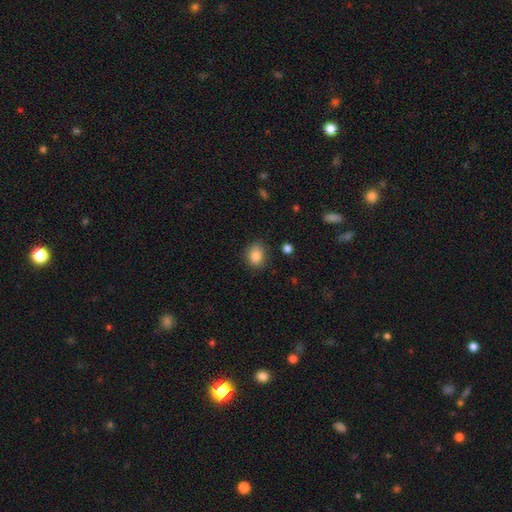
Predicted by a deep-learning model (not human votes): The model was most divided on "how rounded": in between: 51%, round: 48%, cigar-shaped: 1%. More confident: smooth or featured — smooth (85%); merging — none (76%).